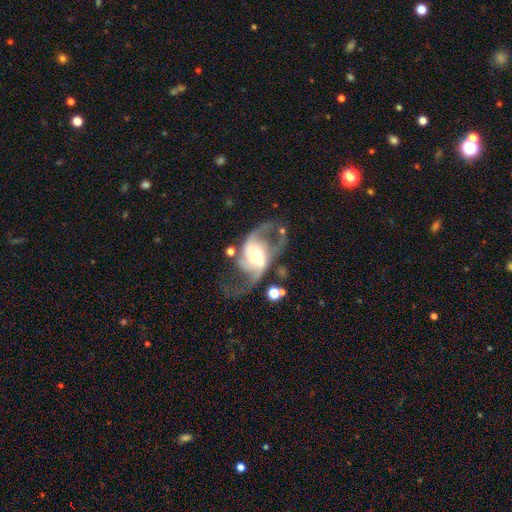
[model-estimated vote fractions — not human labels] smooth_or_featured: featured or disk (p=0.84) [alt: smooth p=0.10]
disk_edge_on: no (p=0.96) [alt: yes p=0.04]
bar: no (p=0.43) [alt: weak p=0.38]
has_spiral_arms: yes (p=0.91) [alt: no p=0.09]
spiral_winding: medium (p=0.45) [alt: loose p=0.44]
spiral_arm_count: 2 (p=0.75) [alt: can't tell p=0.09]
bulge_size: moderate (p=0.59) [alt: small p=0.19]
merging: none (p=0.41) [alt: major disturbance p=0.30]